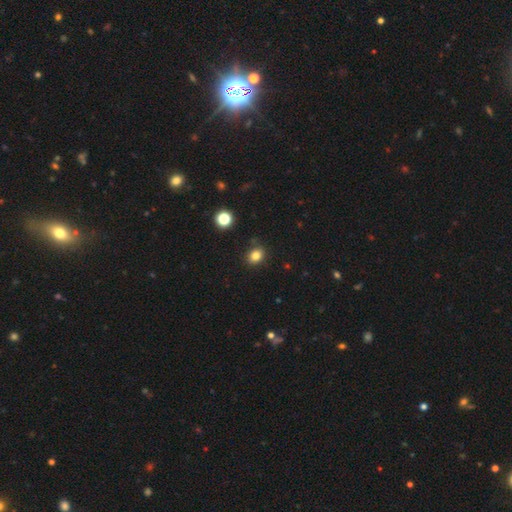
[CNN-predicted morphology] Overall: smooth (82%). How rounded: round (52%; in between 47%). Merging: none (85%).